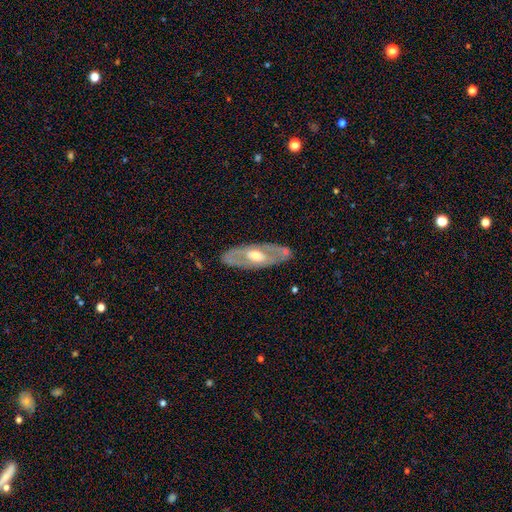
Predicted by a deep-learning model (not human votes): This is likely a featured or disk galaxy (69%). It is likely not viewed edge-on (79%). Bar: possibly no (55%). Spiral arm pattern: likely no (62%). Central bulge: likely moderate (69%). Merging: clearly none (80%).